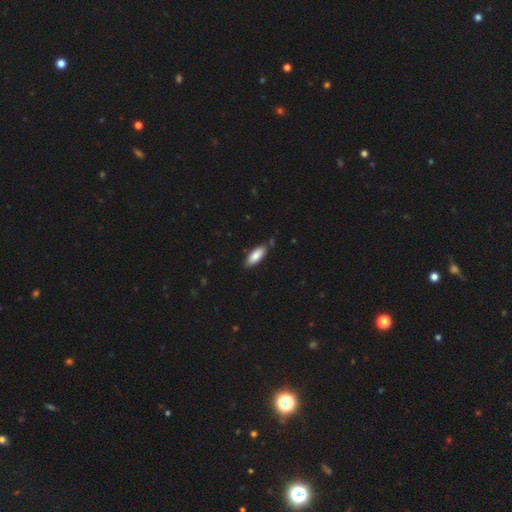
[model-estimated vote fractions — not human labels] The model was most divided on "how rounded": in between: 74%, cigar-shaped: 24%, round: 2%. More confident: smooth or featured — smooth (84%); merging — none (81%).